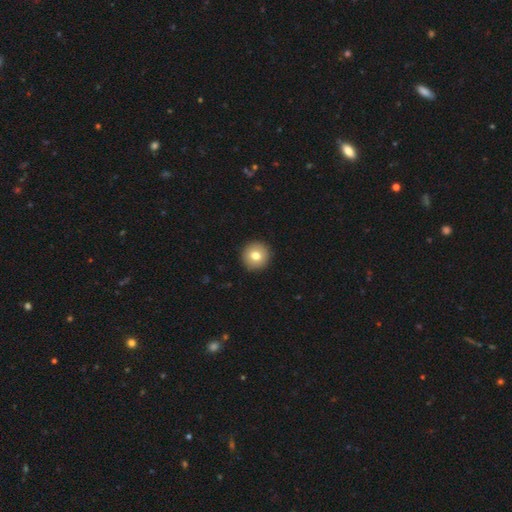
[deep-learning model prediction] Overall: smooth (77%). How rounded: round (95%). Merging: none (93%).